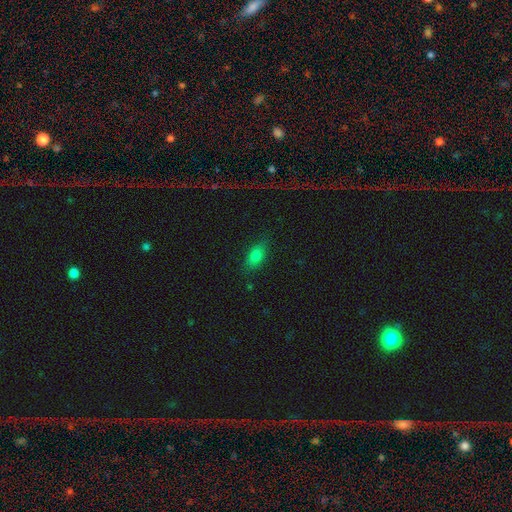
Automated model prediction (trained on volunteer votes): smooth_or_featured: smooth (p=0.78) [alt: star or artifact p=0.12]
how_rounded: in between (p=0.83) [alt: cigar-shaped p=0.12]
merging: none (p=0.78) [alt: minor disturbance p=0.16]